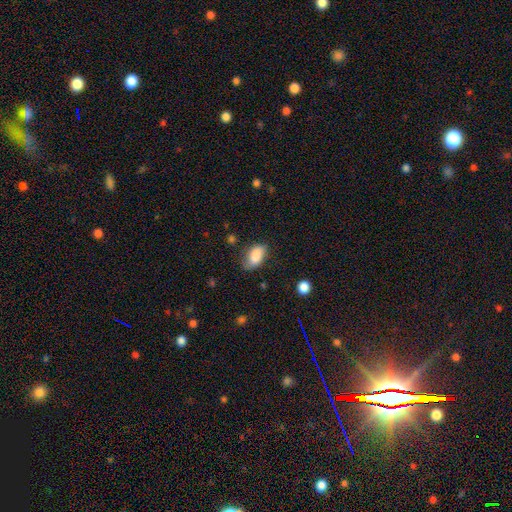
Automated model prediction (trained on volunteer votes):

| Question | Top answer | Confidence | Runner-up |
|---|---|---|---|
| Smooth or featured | smooth | 85% | featured or disk (8%) |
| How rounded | in between | 92% | round (6%) |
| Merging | none | 66% | minor disturbance (26%) |